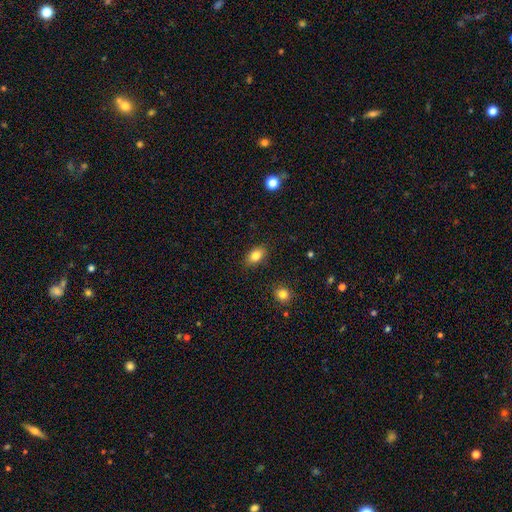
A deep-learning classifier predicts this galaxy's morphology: Overall: smooth (83%). How rounded: in between (86%). Merging: none (86%).